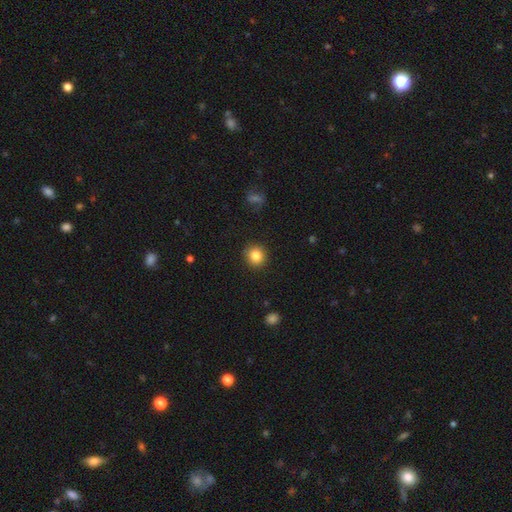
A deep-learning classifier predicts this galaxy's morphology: Q: Smooth or featured?
A: smooth (84%); runner-up: star or artifact (10%)
Q: How rounded?
A: round (91%); runner-up: in between (8%)
Q: Merging?
A: none (90%); runner-up: minor disturbance (7%)